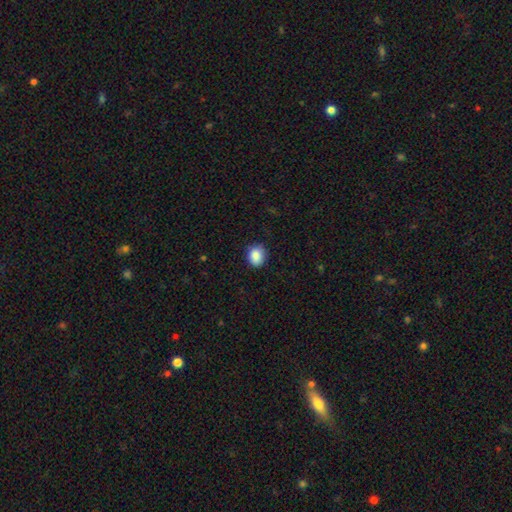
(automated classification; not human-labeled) Q: Smooth or featured?
A: smooth (87%); runner-up: star or artifact (9%)
Q: How rounded?
A: round (61%); runner-up: in between (38%)
Q: Merging?
A: none (79%); runner-up: minor disturbance (17%)